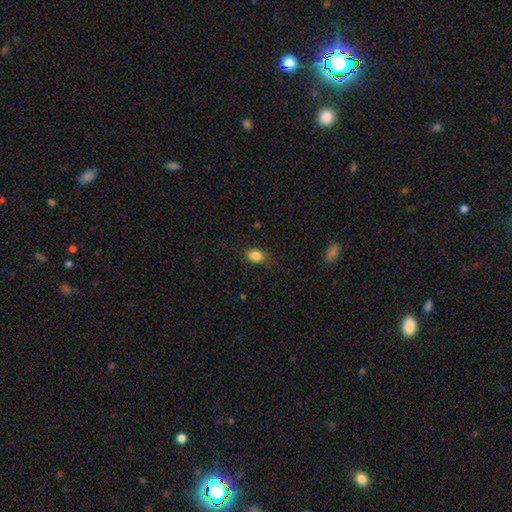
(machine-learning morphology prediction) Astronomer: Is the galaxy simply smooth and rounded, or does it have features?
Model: smooth — 86%.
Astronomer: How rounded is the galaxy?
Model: in between — 77%.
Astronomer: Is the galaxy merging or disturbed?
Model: none — 74%.